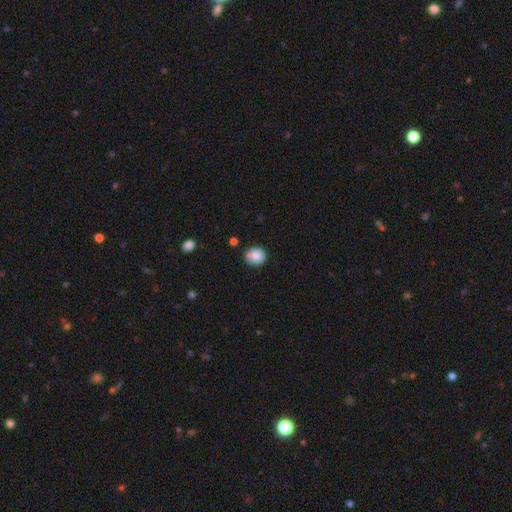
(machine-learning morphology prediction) Smooth or featured? Predicted: smooth (p=0.84). How rounded? Predicted: round (p=0.77). Merging? Predicted: none (p=0.83).